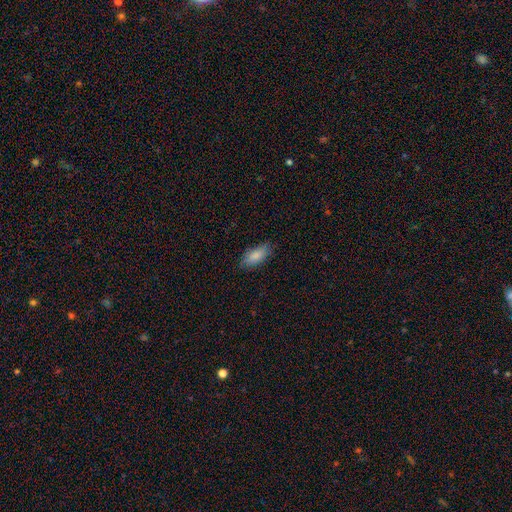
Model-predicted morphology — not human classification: smooth_or_featured: smooth (p=0.86) [alt: featured or disk p=0.07]
how_rounded: in between (p=0.83) [alt: cigar-shaped p=0.15]
merging: none (p=0.81) [alt: minor disturbance p=0.15]